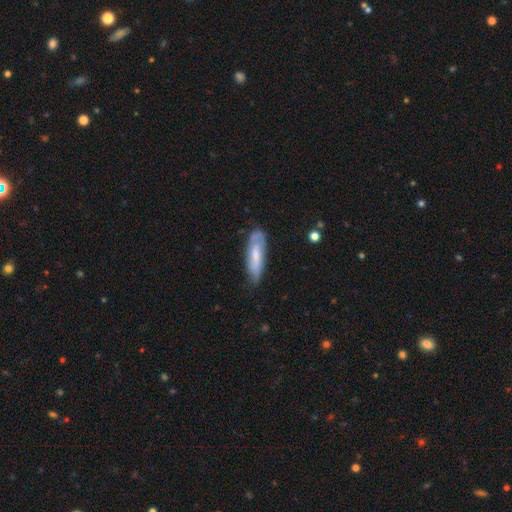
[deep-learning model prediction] smooth-or-featured: smooth: 54% | featured or disk: 39% | star or artifact: 6%
  how-rounded: cigar-shaped: 61% | in between: 38% | round: 2%
  merging: none: 65% | minor disturbance: 26% | major disturbance: 6% | merger: 2%